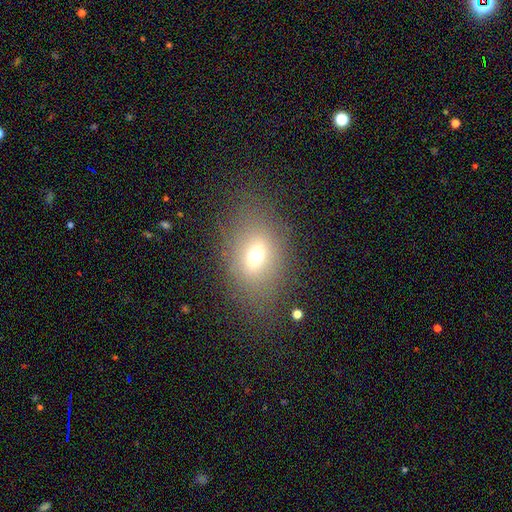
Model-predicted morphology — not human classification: Smooth or featured? Predicted: smooth (p=0.61). How rounded? Predicted: in between (p=0.71). Merging? Predicted: none (p=0.74).